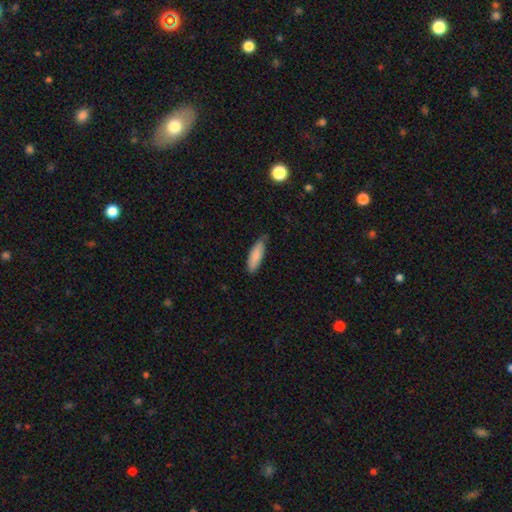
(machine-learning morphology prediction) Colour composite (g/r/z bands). It shows a smooth galaxy with no disk features (86%) that is cigar-shaped (50%). Merging: none (72%).